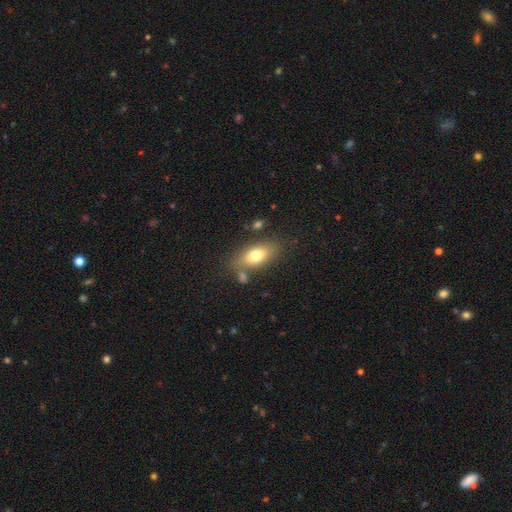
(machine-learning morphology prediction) Smooth or featured: smooth — 74% (featured or disk — 18%)
How rounded: in between — 85% (cigar-shaped — 9%)
Merging: none — 71% (minor disturbance — 14%)